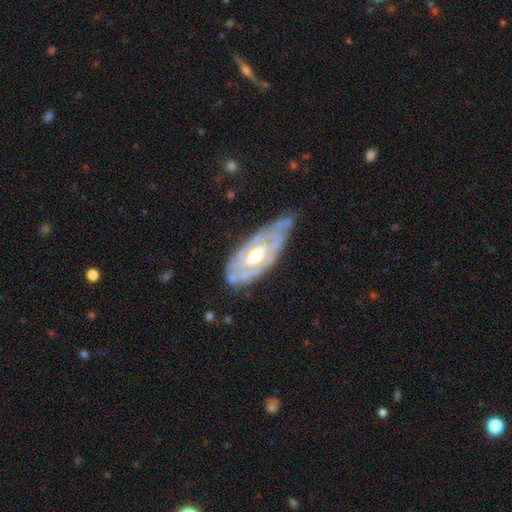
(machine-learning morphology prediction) smooth_or_featured: featured or disk (p=0.79) [alt: smooth p=0.16]
disk_edge_on: no (p=0.87) [alt: yes p=0.13]
bar: no (p=0.47) [alt: weak p=0.37]
has_spiral_arms: yes (p=0.66) [alt: no p=0.34]
bulge_size: moderate (p=0.70) [alt: small p=0.22]
merging: none (p=0.49) [alt: minor disturbance p=0.34]